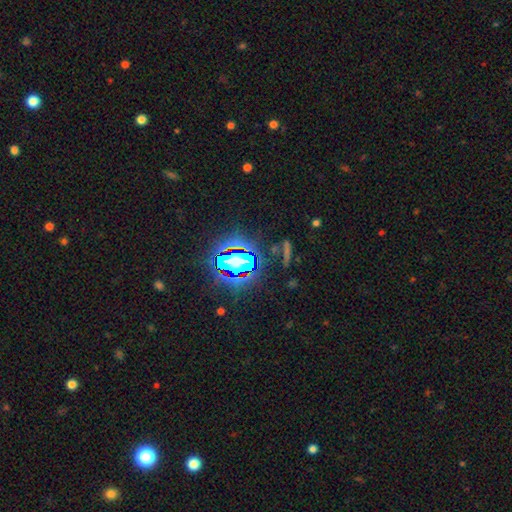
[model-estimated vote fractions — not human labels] The model was most divided on "smooth or featured": star or artifact: 82%, smooth: 11%, featured or disk: 7%.